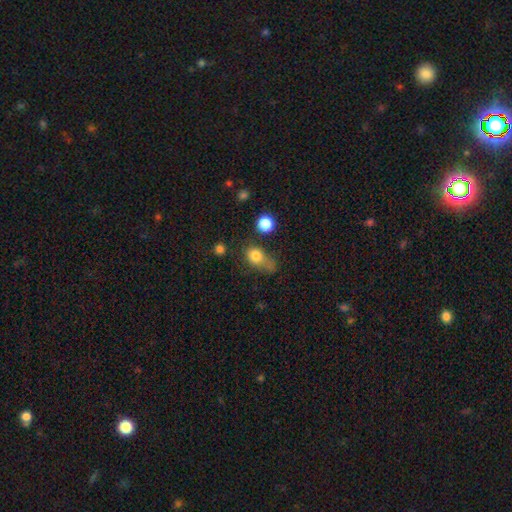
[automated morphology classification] Smooth or featured? smooth (78%)
How rounded? in between (49%)
Merging? none (39%)